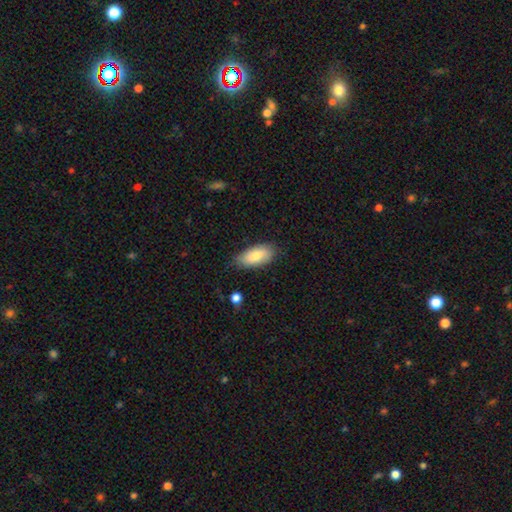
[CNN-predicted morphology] This appears to be a smooth galaxy with no disk features (78%) that is in between round and cigar-shaped (90%). Merging: none (76%).